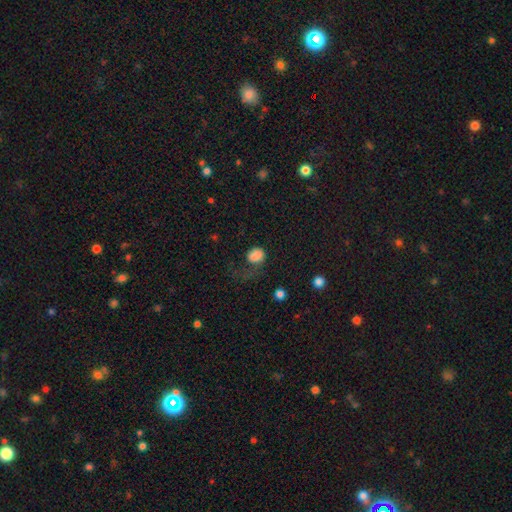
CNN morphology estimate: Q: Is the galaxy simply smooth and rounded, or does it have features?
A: smooth — 80%.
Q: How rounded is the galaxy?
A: round — 52%.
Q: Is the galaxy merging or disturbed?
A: major disturbance — 39%.